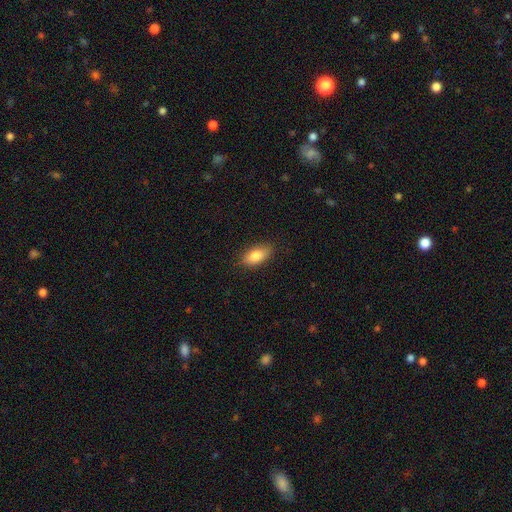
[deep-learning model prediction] Smooth or featured?
  - smooth: 82% *
  - featured or disk: 11%
  - star or artifact: 7%
How rounded?
  - in between: 87% *
  - cigar-shaped: 9%
  - round: 4%
Merging?
  - none: 85% *
  - minor disturbance: 12%
  - major disturbance: 3%
  - merger: 1%